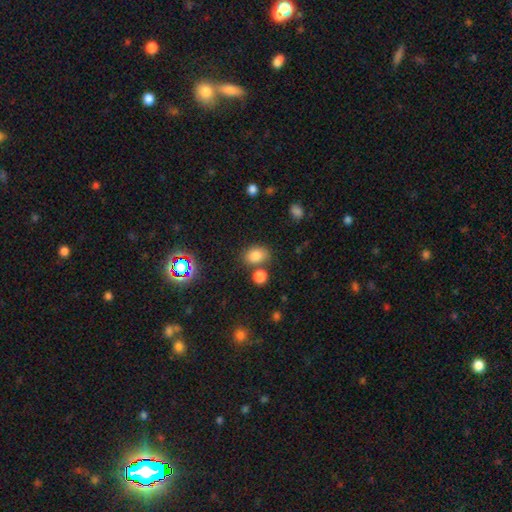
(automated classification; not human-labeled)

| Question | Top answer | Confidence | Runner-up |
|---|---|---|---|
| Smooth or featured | smooth | 79% | star or artifact (14%) |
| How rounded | in between | 66% | round (33%) |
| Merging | none | 68% | merger (16%) |